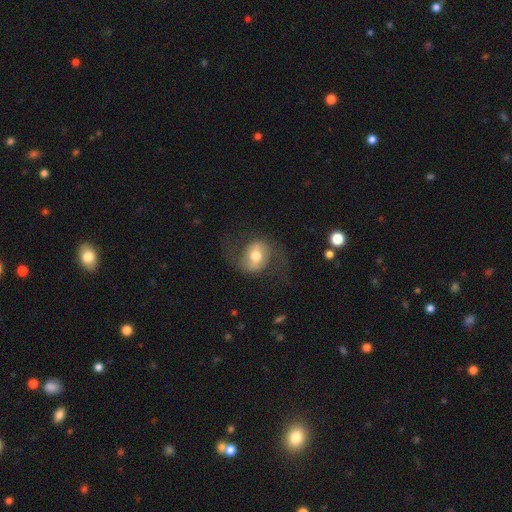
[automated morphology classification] featured or disk 65%, smooth 28%, star or artifact 7%. Down the decision tree: edge-on disk — no (96%); bar — weak (42%); spiral arms — yes (83%); spiral arm count — 2 (90%); spiral winding — loose (49%); bulge size — moderate (68%); merging — none (66%).